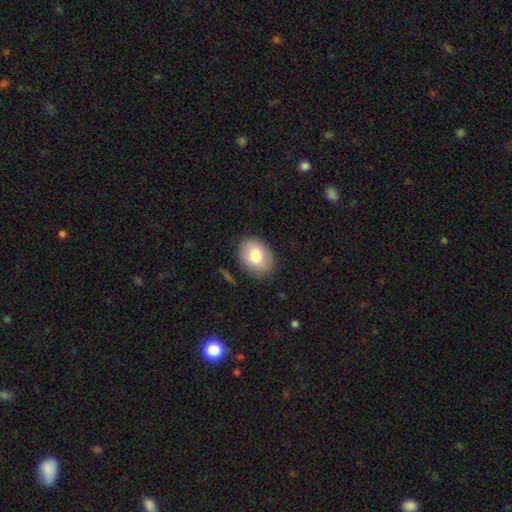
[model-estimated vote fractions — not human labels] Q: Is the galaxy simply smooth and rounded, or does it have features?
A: smooth — 79%.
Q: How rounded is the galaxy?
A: in between — 70%.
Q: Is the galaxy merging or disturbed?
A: none — 86%.